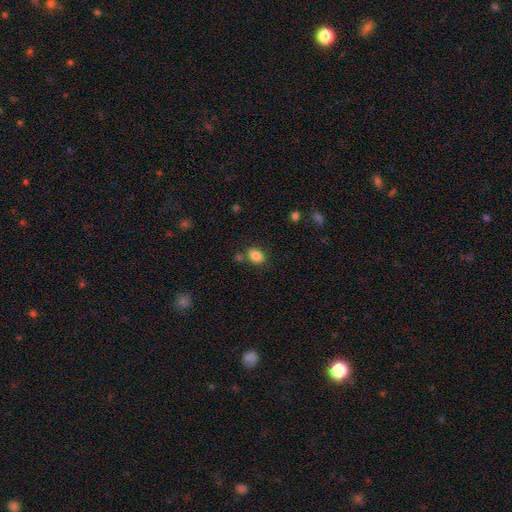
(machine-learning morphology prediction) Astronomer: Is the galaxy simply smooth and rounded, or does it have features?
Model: smooth — 84%.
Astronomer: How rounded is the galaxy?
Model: in between — 66%.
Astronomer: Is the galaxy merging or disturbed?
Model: none — 74%.